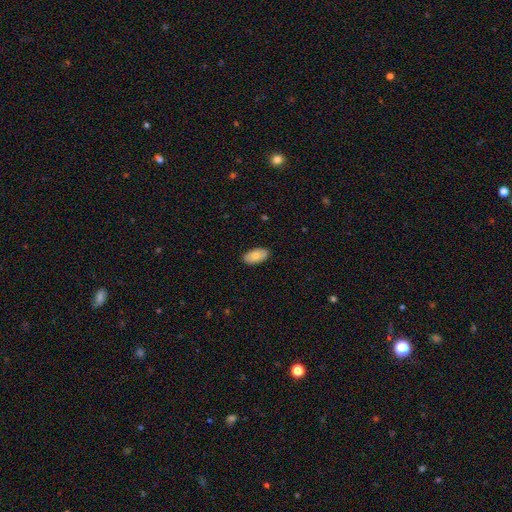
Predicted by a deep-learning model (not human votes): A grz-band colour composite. It shows a smooth galaxy with no disk features (76%) that is in between round and cigar-shaped (94%). Merging: none (88%).